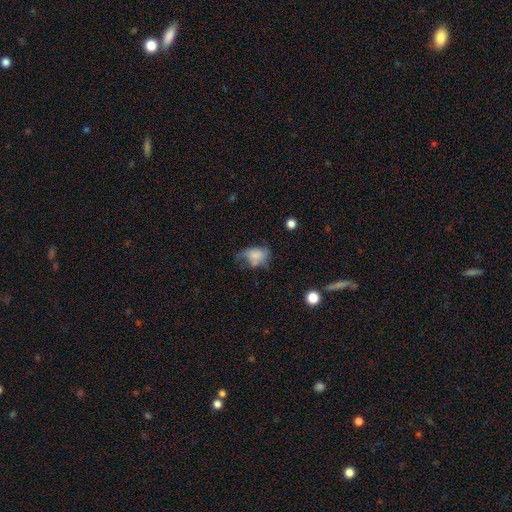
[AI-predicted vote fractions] Overall: smooth (70%). How rounded: in between (75%). Merging: minor disturbance (34%; none 33%).